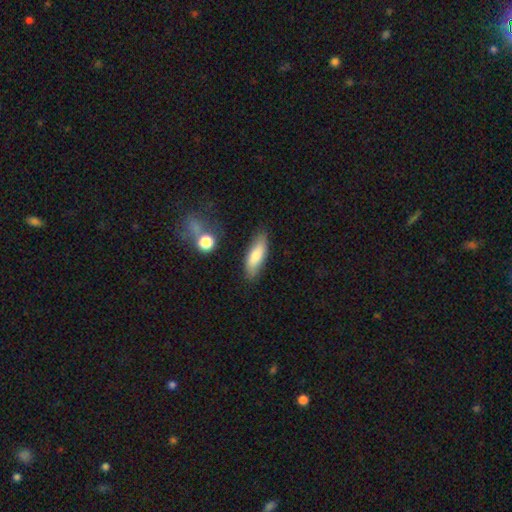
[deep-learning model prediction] A smooth galaxy with no disk features (78%) that is in between round and cigar-shaped (57%).

Vote fractions:
- Smooth or featured? smooth: 78% / featured or disk: 15% / star or artifact: 7%
- How rounded? in between: 57% / cigar-shaped: 41% / round: 2%
- Merging? none: 79% / minor disturbance: 14% / merger: 3% / major disturbance: 3%